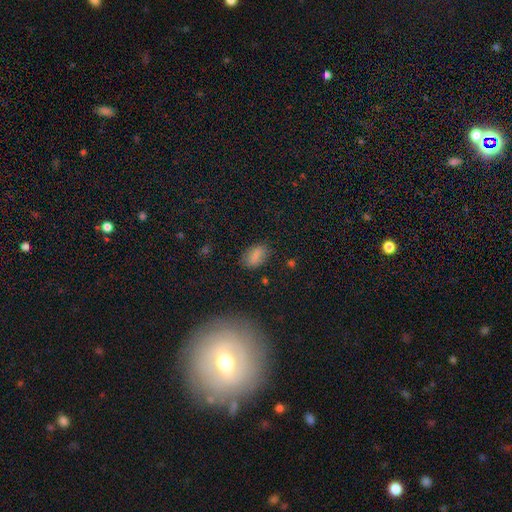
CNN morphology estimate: Q: Smooth or featured?
A: smooth (76%); runner-up: star or artifact (13%)
Q: How rounded?
A: in between (86%); runner-up: round (12%)
Q: Merging?
A: none (79%); runner-up: minor disturbance (15%)